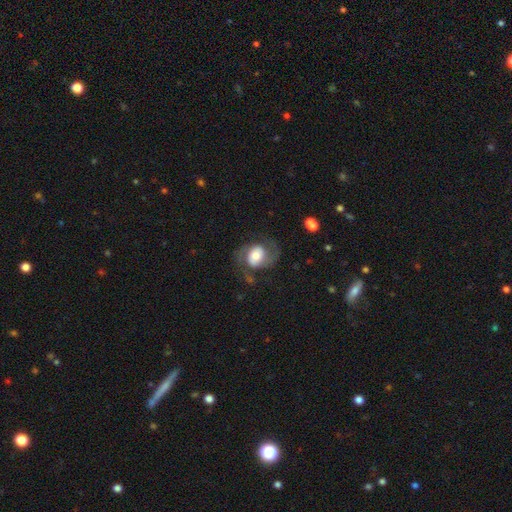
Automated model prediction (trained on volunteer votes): Smooth or featured: featured or disk — 64% (smooth — 28%)
Edge-on disk: no — 97% (yes — 3%)
Bar: no — 58% (weak — 31%)
Spiral arms: yes — 88% (no — 12%)
Spiral winding: medium — 48% (loose — 34%)
Spiral arm count: 2 — 85% (1 — 6%)
Bulge size: moderate — 45% (large — 29%)
Merging: none — 57% (major disturbance — 21%)